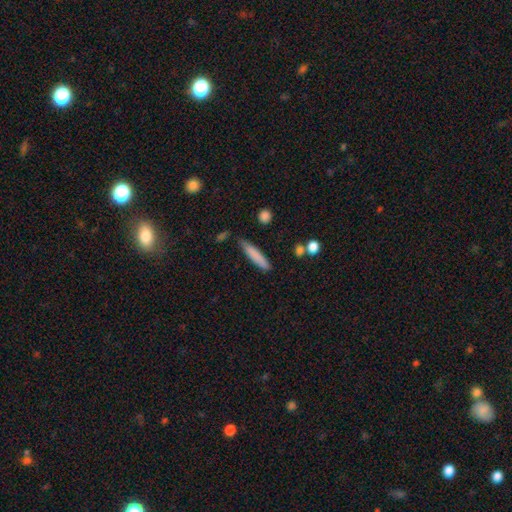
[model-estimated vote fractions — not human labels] Overall: smooth (80%). How rounded: cigar-shaped (89%). Merging: none (78%).